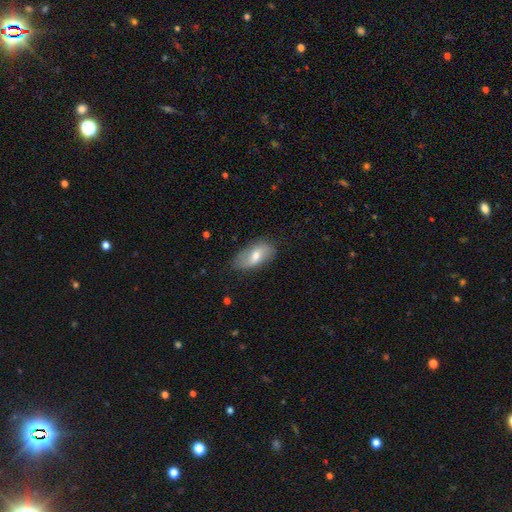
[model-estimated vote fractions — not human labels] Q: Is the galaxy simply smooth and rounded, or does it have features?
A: smooth — 56%.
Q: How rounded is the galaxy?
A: in between — 91%.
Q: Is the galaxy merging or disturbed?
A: none — 76%.